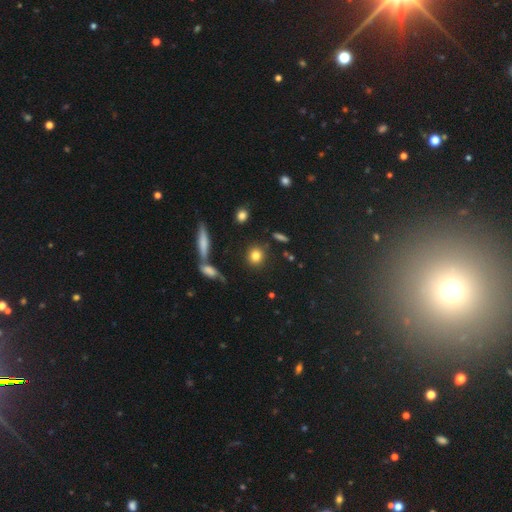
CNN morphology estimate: Q: Smooth or featured?
A: smooth (80%); runner-up: star or artifact (11%)
Q: How rounded?
A: round (78%); runner-up: in between (18%)
Q: Merging?
A: none (82%); runner-up: minor disturbance (8%)